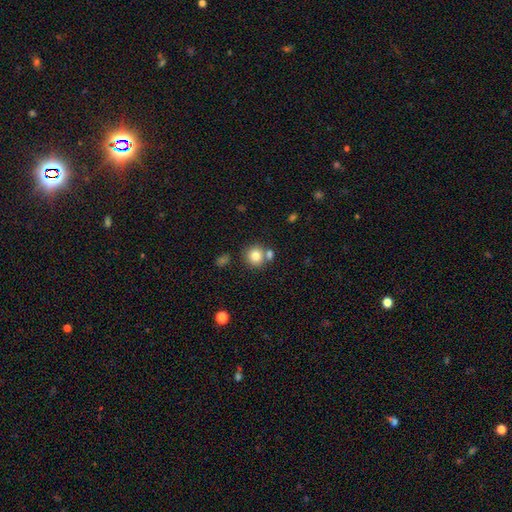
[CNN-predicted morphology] Smooth or featured? smooth (80%)
How rounded? round (89%)
Merging? none (65%)